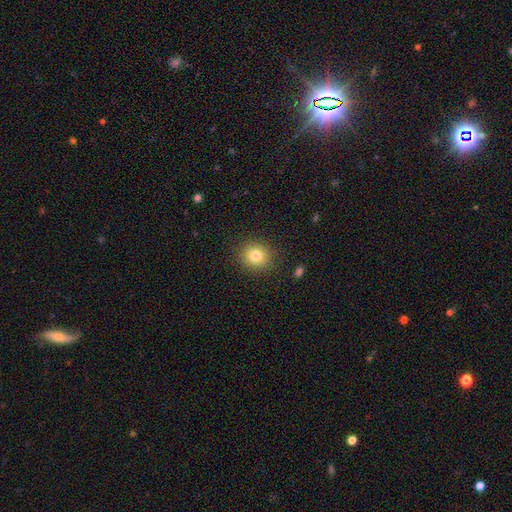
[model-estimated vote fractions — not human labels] Smooth or featured?
  - smooth: 80% *
  - star or artifact: 11%
  - featured or disk: 8%
How rounded?
  - round: 86% *
  - in between: 13%
  - cigar-shaped: 1%
Merging?
  - none: 89% *
  - minor disturbance: 7%
  - major disturbance: 3%
  - merger: 1%